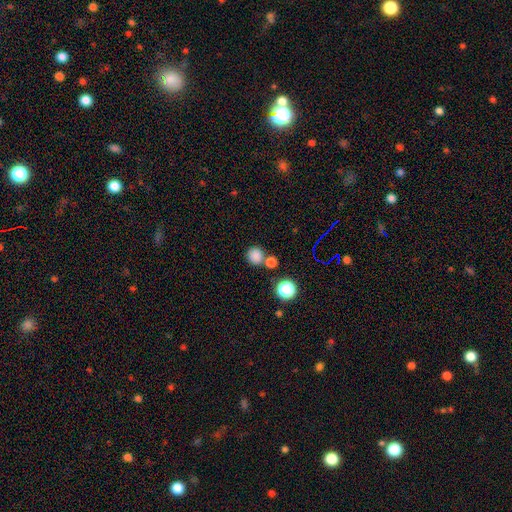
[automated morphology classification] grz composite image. It shows a smooth galaxy with no disk features (82%) that is round (88%). Merging: none (67%).